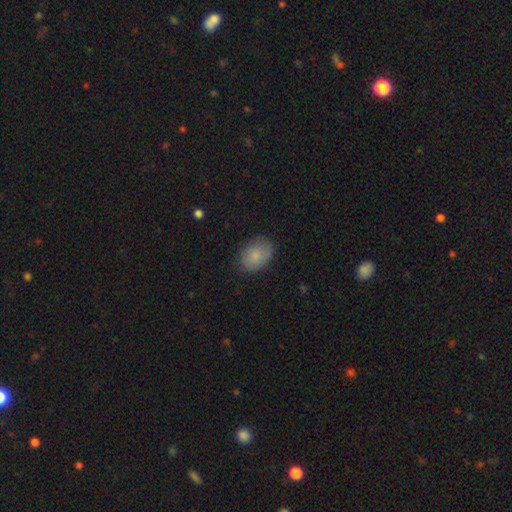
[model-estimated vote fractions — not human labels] Overall: smooth (85%). How rounded: in between (79%). Merging: none (82%).